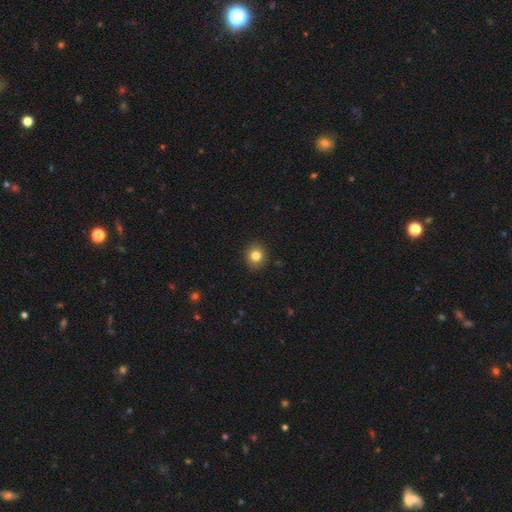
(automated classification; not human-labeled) A smooth galaxy with no disk features (83%) that is round (84%).

Vote fractions:
- Smooth or featured? smooth: 83% / star or artifact: 11% / featured or disk: 6%
- How rounded? round: 84% / in between: 15% / cigar-shaped: 1%
- Merging? none: 90% / minor disturbance: 7% / major disturbance: 2% / merger: 1%